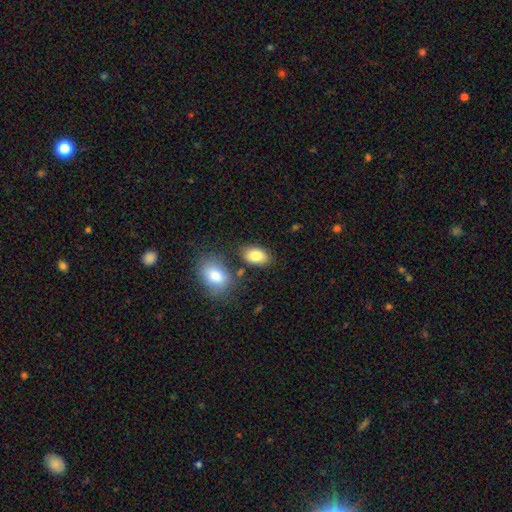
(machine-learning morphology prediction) Smooth or featured? Predicted: smooth (p=0.84). How rounded? Predicted: in between (p=0.90). Merging? Predicted: none (p=0.74).